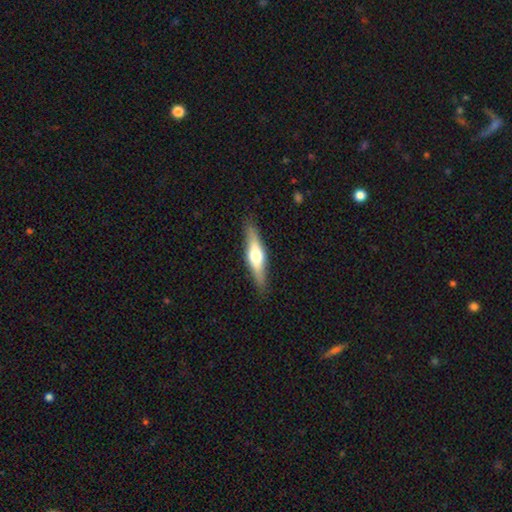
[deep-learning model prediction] Smooth or featured? featured or disk (57%)
Edge-on disk? yes (93%)
Edge-on bulge? rounded (93%)
Merging? none (88%)